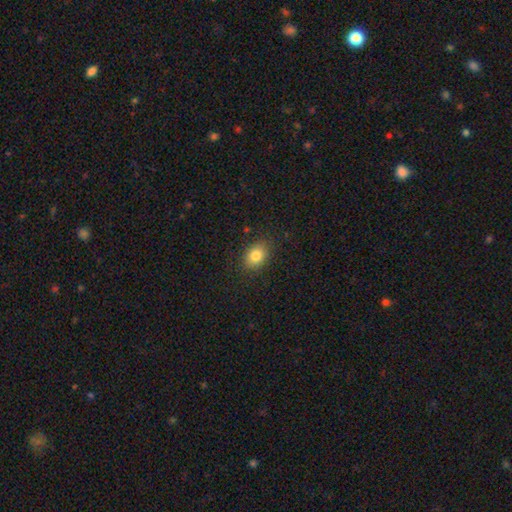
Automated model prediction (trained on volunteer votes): This is clearly a smooth galaxy (83%). How rounded: likely in between (70%). Merging: clearly none (85%).